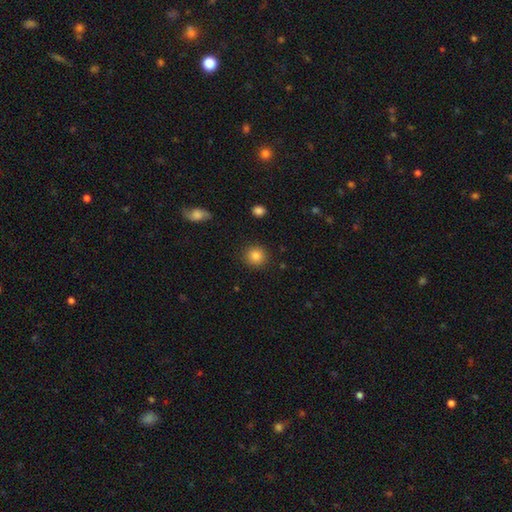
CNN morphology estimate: Smooth or featured? smooth (84%)
How rounded? round (90%)
Merging? none (90%)